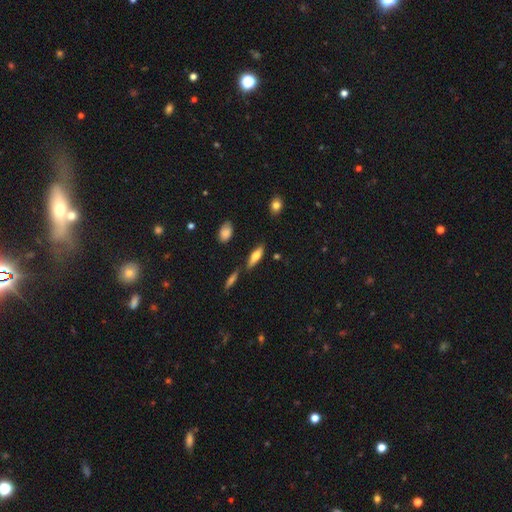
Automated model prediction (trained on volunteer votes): A smooth galaxy with no disk features (63%) that is in between round and cigar-shaped (54%).

Vote fractions:
- Smooth or featured? smooth: 63% / featured or disk: 29% / star or artifact: 7%
- How rounded? in between: 54% / cigar-shaped: 43% / round: 2%
- Merging? none: 72% / minor disturbance: 16% / merger: 8% / major disturbance: 4%